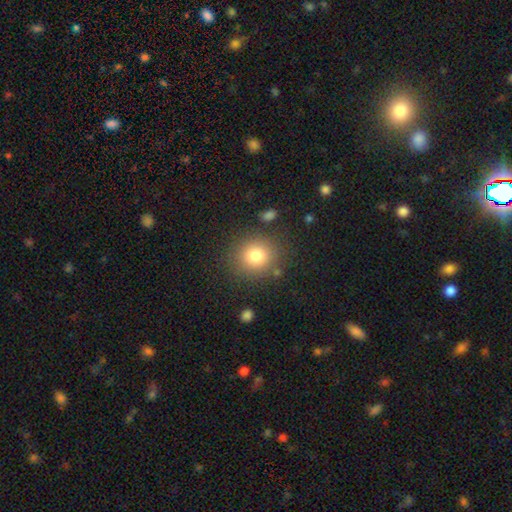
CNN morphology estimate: type=smooth (80%); roundness=round (84%); merging=none (83%).